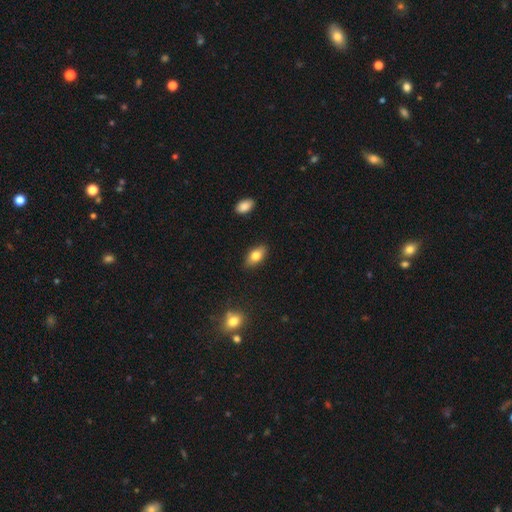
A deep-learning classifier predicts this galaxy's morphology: A smooth galaxy with no disk features (77%) that is in between round and cigar-shaped (89%). Merging: none (88%).